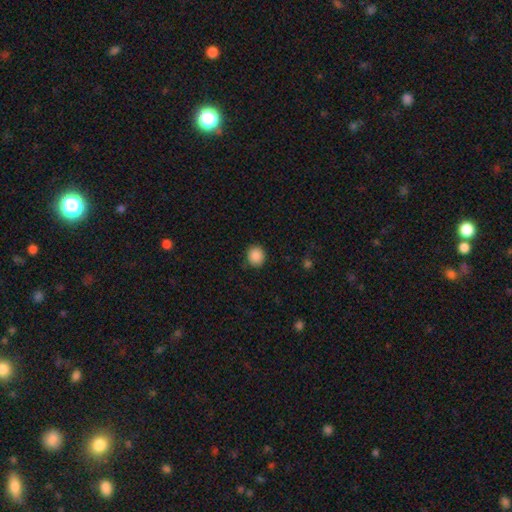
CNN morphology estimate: A smooth galaxy with no disk features (88%) that is round (85%). Merging: none (87%).